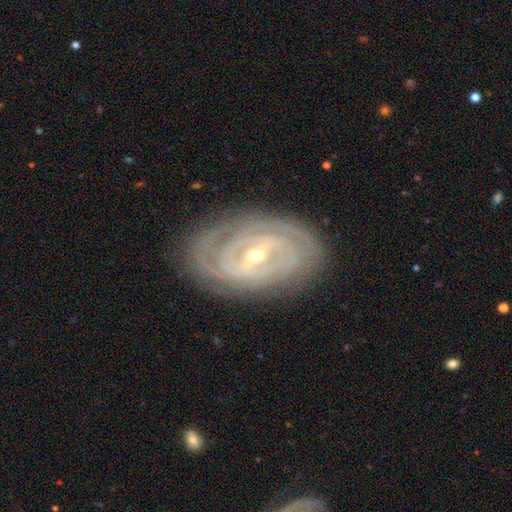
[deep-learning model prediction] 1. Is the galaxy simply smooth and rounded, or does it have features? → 88% featured or disk, 6% smooth, 5% star or artifact.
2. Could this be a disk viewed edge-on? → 95% no, 5% yes.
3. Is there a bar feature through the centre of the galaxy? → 42% strong, 41% weak, 17% no.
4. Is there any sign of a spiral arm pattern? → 95% yes, 5% no.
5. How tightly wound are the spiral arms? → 79% tight, 17% medium, 4% loose.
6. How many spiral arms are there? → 29% can't tell, 24% 2, 21% 3, 15% 4, 6% more than 4, 5% 1.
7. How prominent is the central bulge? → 66% small, 31% moderate, 1% large, 1% none, 1% dominant.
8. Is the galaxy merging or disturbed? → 82% none, 13% minor disturbance, 4% major disturbance, 1% merger.